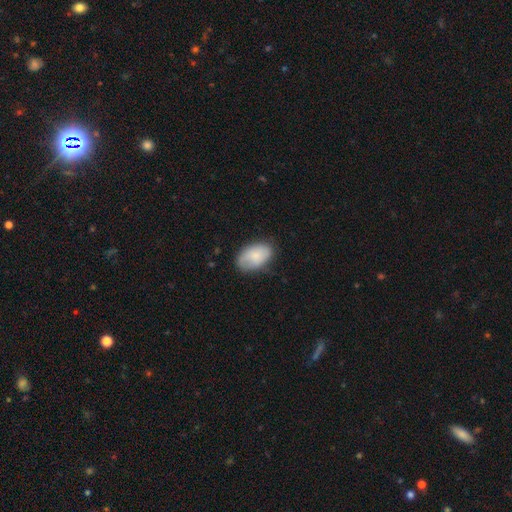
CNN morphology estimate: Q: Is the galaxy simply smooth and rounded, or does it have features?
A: smooth — 77%.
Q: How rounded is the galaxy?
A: in between — 91%.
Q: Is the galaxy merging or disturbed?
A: none — 71%.